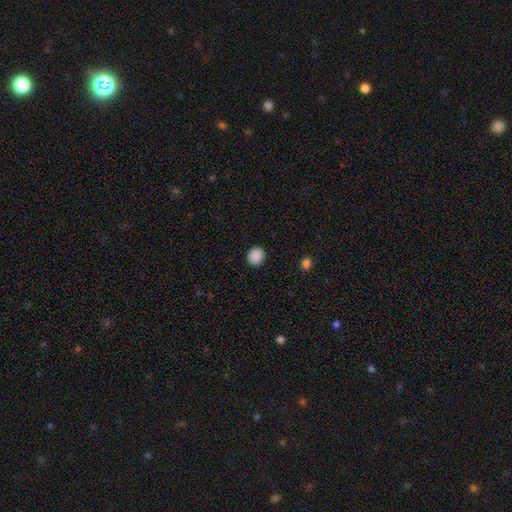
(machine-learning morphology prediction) Smooth or featured? smooth (89%)
How rounded? round (81%)
Merging? none (90%)